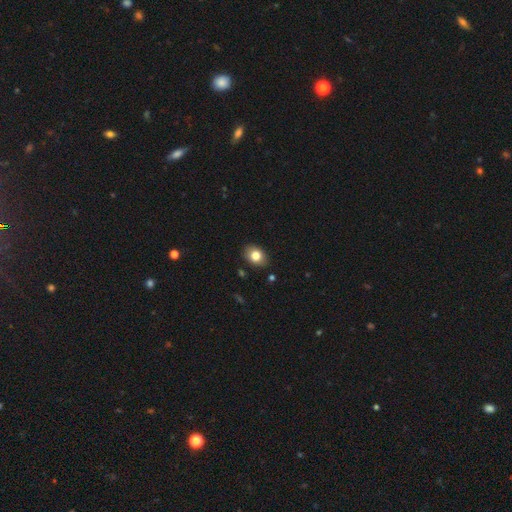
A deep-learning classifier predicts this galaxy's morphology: Overall: smooth (81%). How rounded: in between (69%; round 30%). Merging: none (85%).